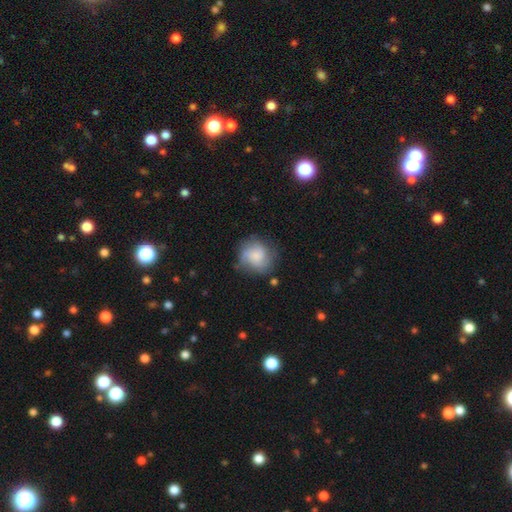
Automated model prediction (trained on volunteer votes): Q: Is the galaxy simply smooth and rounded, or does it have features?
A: smooth — 56%.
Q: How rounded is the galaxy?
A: round — 80%.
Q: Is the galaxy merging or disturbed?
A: none — 63%.